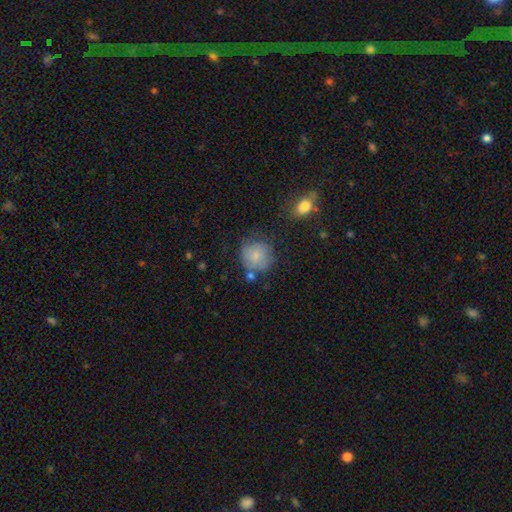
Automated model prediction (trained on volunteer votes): This is likely a smooth galaxy (77%). How rounded: clearly round (87%). Merging: possibly none (60%).